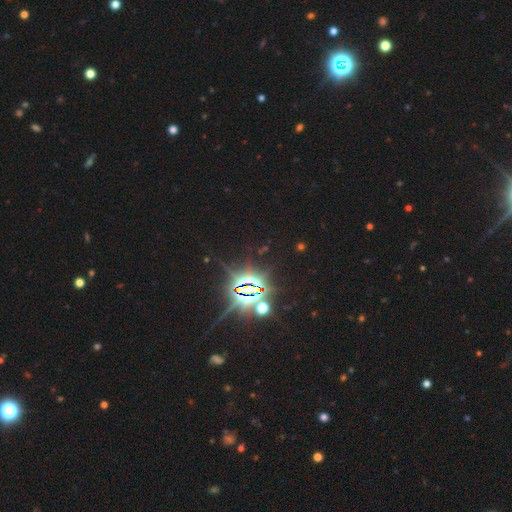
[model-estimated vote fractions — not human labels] A star or artifact, not a galaxy (86%).

Vote fractions:
- Smooth or featured? star or artifact: 86% / smooth: 8% / featured or disk: 6%